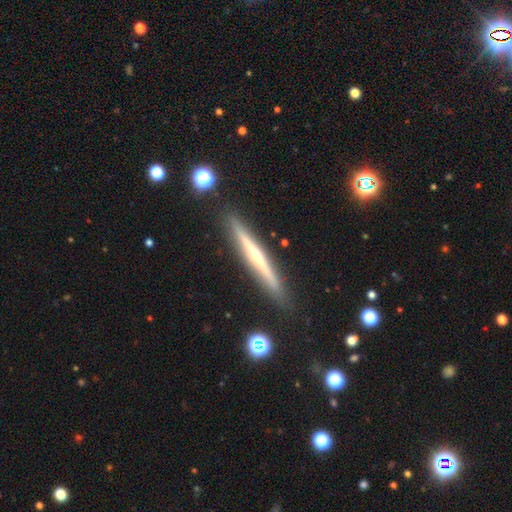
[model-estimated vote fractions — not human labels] Smooth or featured?
  - featured or disk: 72% *
  - smooth: 21%
  - star or artifact: 7%
Edge-on disk?
  - yes: 97% *
  - no: 3%
Edge-on bulge?
  - rounded: 69% *
  - none: 26%
  - boxy: 5%
Merging?
  - none: 89% *
  - minor disturbance: 8%
  - merger: 2%
  - major disturbance: 2%